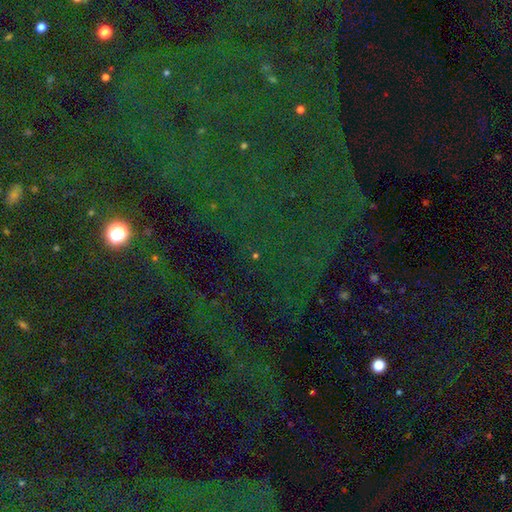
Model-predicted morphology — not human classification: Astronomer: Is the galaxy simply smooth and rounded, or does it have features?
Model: star or artifact — 78%.